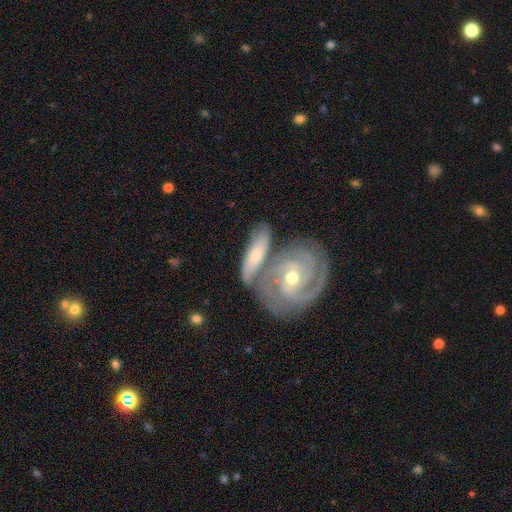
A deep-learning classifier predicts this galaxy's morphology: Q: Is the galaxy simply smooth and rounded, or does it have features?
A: featured or disk — 68%.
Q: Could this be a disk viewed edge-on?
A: no — 88%.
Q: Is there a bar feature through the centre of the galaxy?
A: no — 57%.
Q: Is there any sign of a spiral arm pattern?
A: yes — 92%.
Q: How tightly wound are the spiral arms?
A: tight — 66%.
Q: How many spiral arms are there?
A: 3 — 31%.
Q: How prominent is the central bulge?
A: moderate — 56%.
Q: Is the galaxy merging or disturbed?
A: none — 46%.